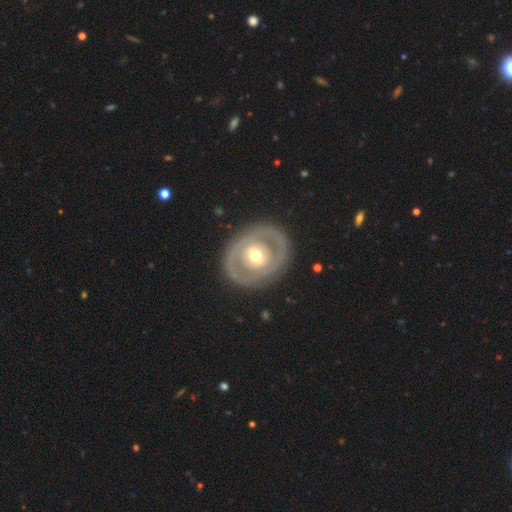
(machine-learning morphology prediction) smooth-or-featured: featured or disk: 65% | smooth: 30% | star or artifact: 4%
  disk-edge-on: no: 95% | yes: 5%
    bar: no: 78% | weak: 15% | strong: 7%
    has-spiral-arms: no: 76% | yes: 24%
    bulge-size: moderate: 67% | small: 23% | large: 8% | dominant: 1% | none: 1%
  merging: none: 82% | minor disturbance: 12% | major disturbance: 5% | merger: 1%